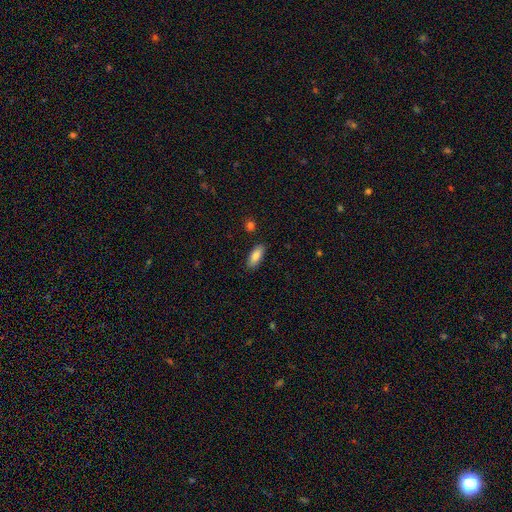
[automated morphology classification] Smooth or featured? smooth (85%)
How rounded? in between (80%)
Merging? none (86%)